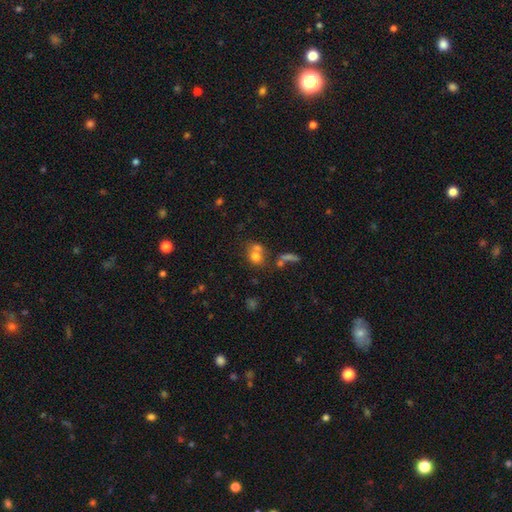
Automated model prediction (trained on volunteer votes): Smooth or featured? smooth (69%)
How rounded? round (69%)
Merging? merger (49%)